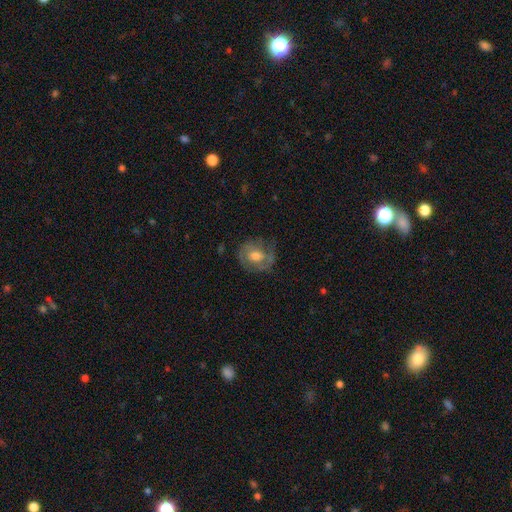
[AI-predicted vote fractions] Morphology: type=featured or disk (60%); edge-on=no (97%); bar=no (70%); spiral arms=yes (73%); bulge=moderate (59%); merging=none (66%).